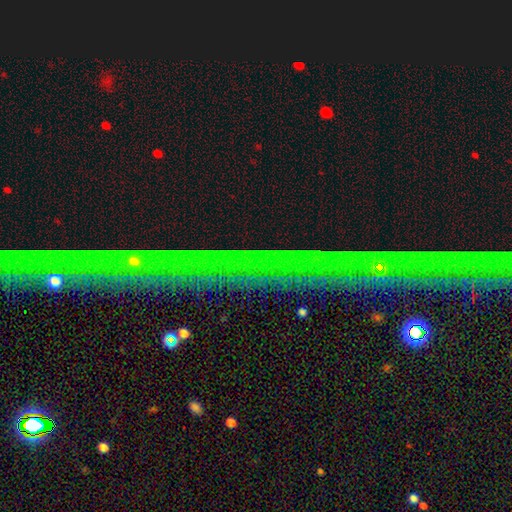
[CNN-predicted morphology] A star or artifact, not a galaxy (83%).